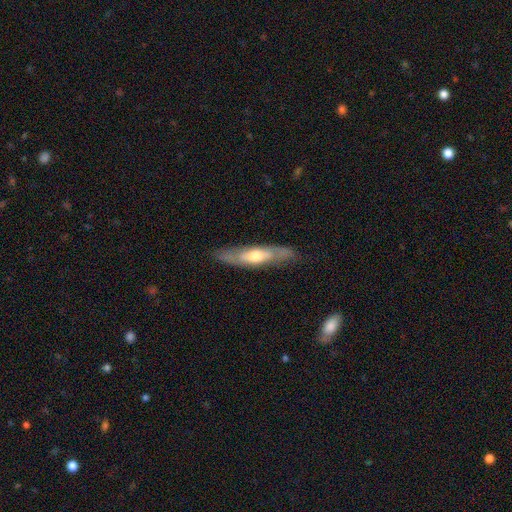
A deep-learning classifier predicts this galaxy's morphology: featured or disk 55%, smooth 39%, star or artifact 5%. Down the decision tree: edge-on disk — yes (57%); merging — none (80%).